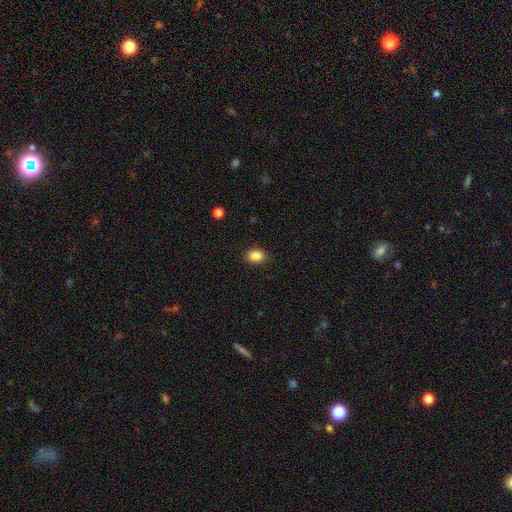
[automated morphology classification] Smooth or featured?
  - smooth: 88% *
  - star or artifact: 9%
  - featured or disk: 3%
How rounded?
  - in between: 69% *
  - round: 30%
  - cigar-shaped: 1%
Merging?
  - none: 88% *
  - minor disturbance: 8%
  - major disturbance: 2%
  - merger: 1%